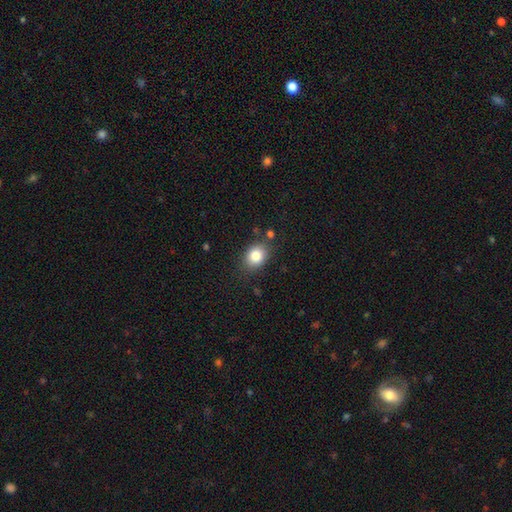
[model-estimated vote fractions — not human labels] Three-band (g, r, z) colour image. It shows a smooth galaxy with no disk features (84%) that is in between round and cigar-shaped (58%). Merging: none (80%).